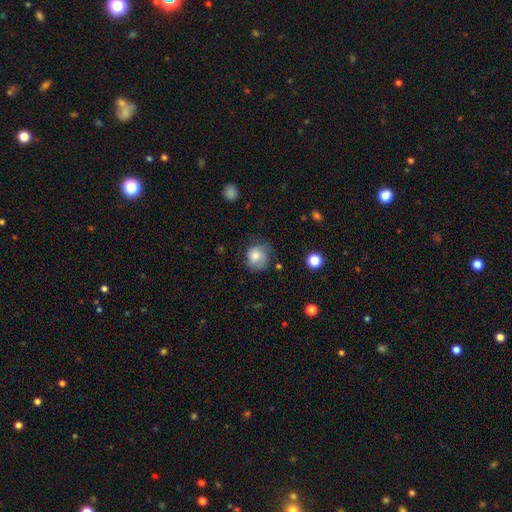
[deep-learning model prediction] This appears to be a smooth galaxy with no disk features (78%) that is round (80%). Merging: none (59%).